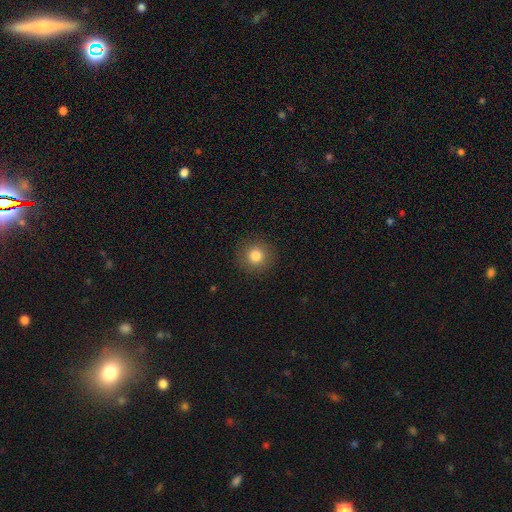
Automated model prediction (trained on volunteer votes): Overall: smooth (82%). How rounded: round (94%). Merging: none (91%).